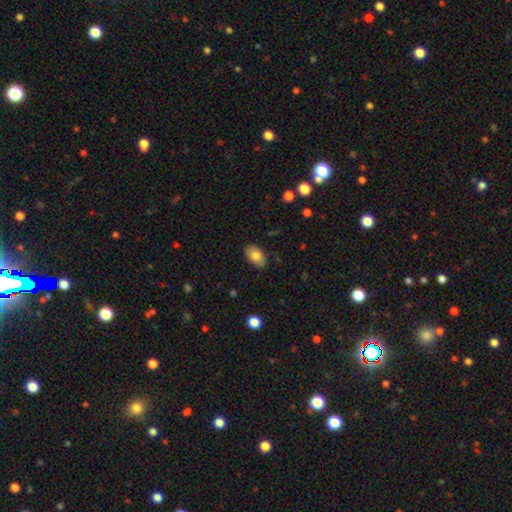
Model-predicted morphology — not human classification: type=smooth (79%); roundness=in between (90%); merging=none (85%).